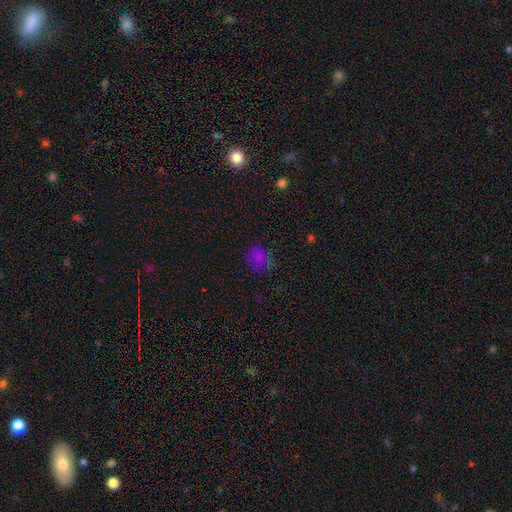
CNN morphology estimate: The model was most divided on "how rounded": round: 61%, in between: 38%, cigar-shaped: 1%. More confident: smooth or featured — smooth (75%); merging — none (68%).